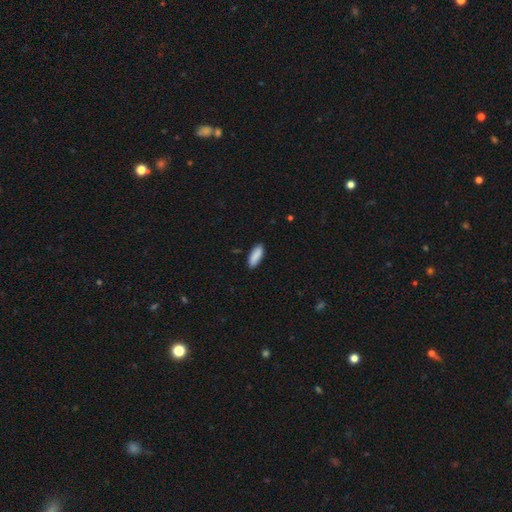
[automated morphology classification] smooth_or_featured: smooth (p=0.90) [alt: star or artifact p=0.06]
how_rounded: in between (p=0.65) [alt: cigar-shaped p=0.34]
merging: none (p=0.87) [alt: minor disturbance p=0.10]